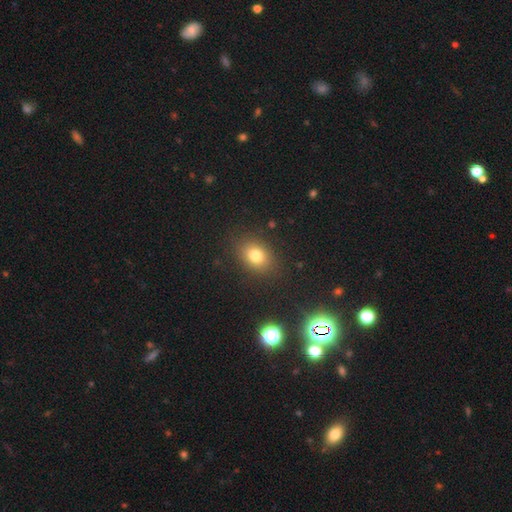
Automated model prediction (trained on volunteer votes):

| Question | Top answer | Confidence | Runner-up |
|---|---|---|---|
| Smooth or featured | smooth | 77% | star or artifact (14%) |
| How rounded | in between | 60% | round (39%) |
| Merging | none | 86% | minor disturbance (9%) |